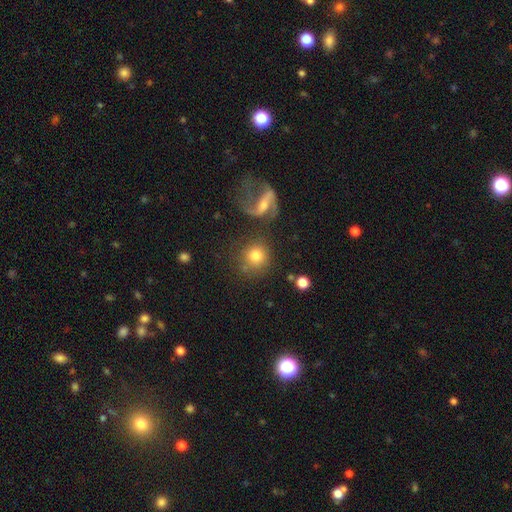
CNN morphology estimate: smooth-or-featured: smooth: 72% | featured or disk: 18% | star or artifact: 10%
  how-rounded: round: 90% | in between: 9% | cigar-shaped: 1%
  merging: none: 67% | merger: 14% | minor disturbance: 12% | major disturbance: 7%